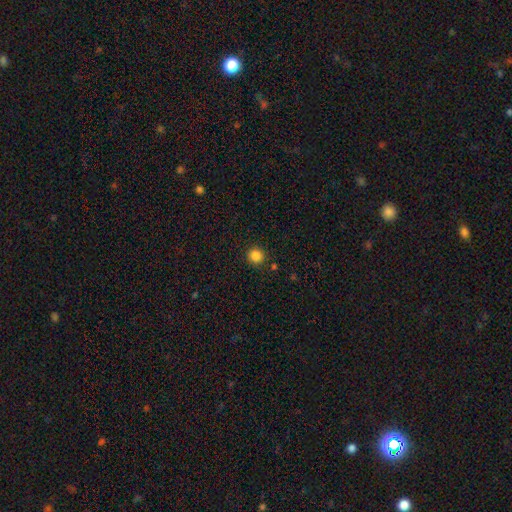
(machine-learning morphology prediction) smooth-or-featured: smooth: 85% | star or artifact: 12% | featured or disk: 4%
  how-rounded: round: 93% | in between: 6% | cigar-shaped: 1%
  merging: none: 89% | minor disturbance: 6% | merger: 2% | major disturbance: 2%